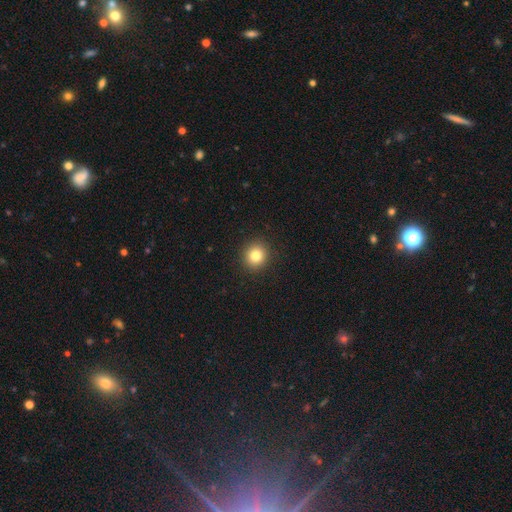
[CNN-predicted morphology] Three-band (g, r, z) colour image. It shows a smooth galaxy with no disk features (82%) that is round (89%). Merging: none (92%).